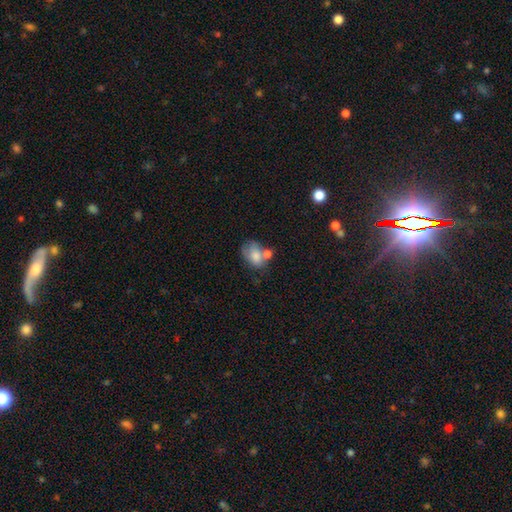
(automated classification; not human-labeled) Smooth or featured? Predicted: smooth (p=0.72). How rounded? Predicted: in between (p=0.73). Merging? Predicted: merger (p=0.34, tied with none).